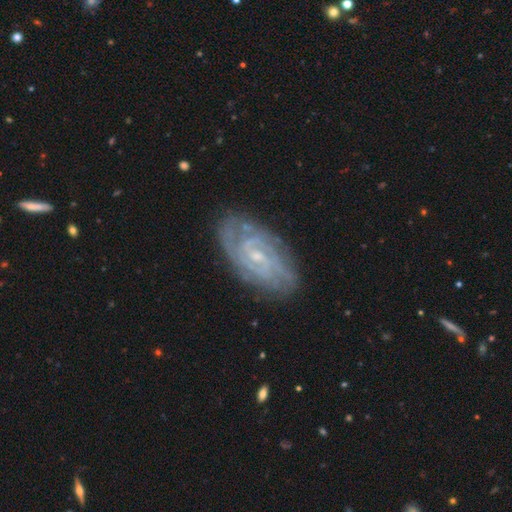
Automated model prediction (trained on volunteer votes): A featured or disk galaxy (76%) with no bar (61%), tight (67%) spiral arms (94%) and a small central bulge (79%).

Vote fractions:
- Smooth or featured? featured or disk: 76% / smooth: 13% / star or artifact: 10%
- Edge-on disk? no: 94% / yes: 6%
- Bar? no: 61% / weak: 32% / strong: 7%
- Spiral arms? yes: 94% / no: 6%
- Spiral winding? tight: 67% / medium: 26% / loose: 7%
- Spiral arm count? can't tell: 39% / 2: 19% / 3: 14% / 4: 13% / more than 4: 9% / 1: 7%
- Bulge size? small: 79% / moderate: 16% / none: 3% / large: 1% / dominant: 1%
- Merging? none: 83% / minor disturbance: 12% / major disturbance: 3% / merger: 1%